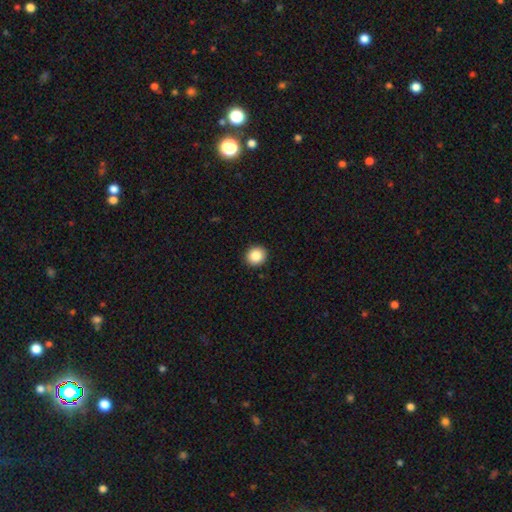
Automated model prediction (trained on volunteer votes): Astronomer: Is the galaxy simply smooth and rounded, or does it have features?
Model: smooth — 87%.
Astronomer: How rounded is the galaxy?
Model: round — 88%.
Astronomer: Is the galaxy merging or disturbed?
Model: none — 93%.